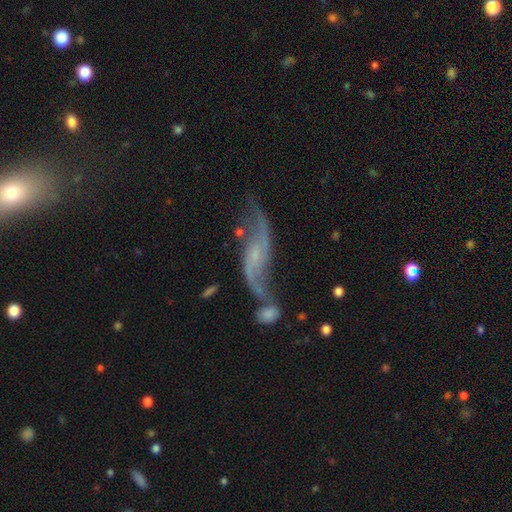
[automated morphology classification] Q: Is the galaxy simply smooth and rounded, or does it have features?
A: featured or disk — 80%.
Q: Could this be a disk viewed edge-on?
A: no — 87%.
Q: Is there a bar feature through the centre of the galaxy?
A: no — 60%.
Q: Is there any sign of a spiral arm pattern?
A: yes — 89%.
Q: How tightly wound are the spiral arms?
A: loose — 83%.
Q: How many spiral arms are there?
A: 2 — 89%.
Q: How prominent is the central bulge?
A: small — 62%.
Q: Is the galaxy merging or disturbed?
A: none — 35%.